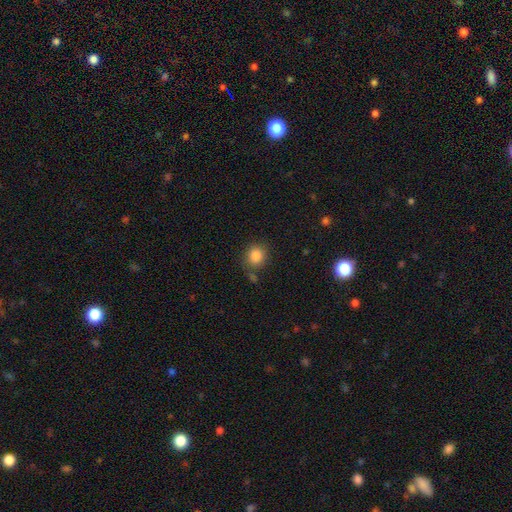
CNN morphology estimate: The model was most divided on "how rounded": round: 79%, in between: 20%, cigar-shaped: 1%. More confident: smooth or featured — smooth (85%); merging — none (74%).